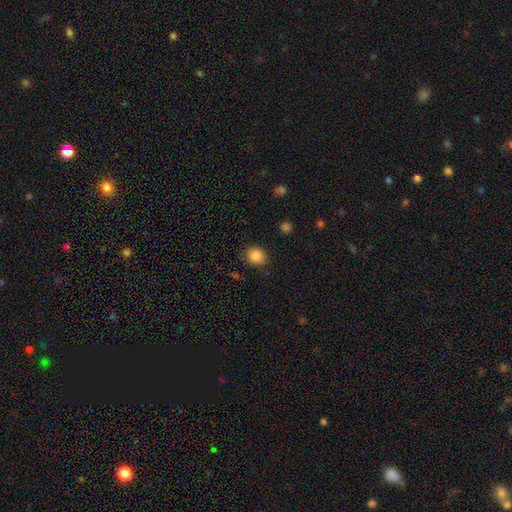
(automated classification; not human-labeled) Overall: smooth (86%). How rounded: round (68%; in between 31%). Merging: none (86%).